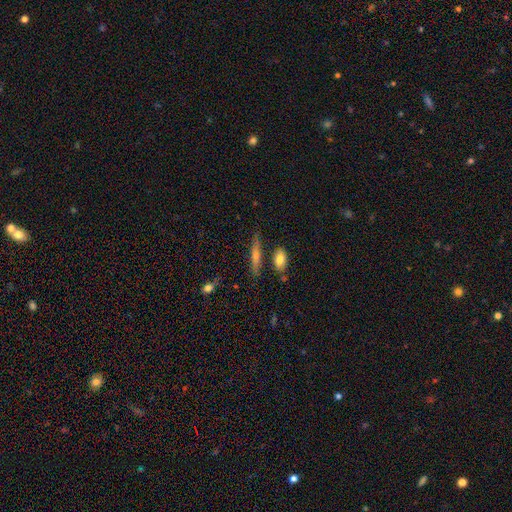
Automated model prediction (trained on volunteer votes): Smooth or featured: featured or disk — 47% (smooth — 43%)
Merging: none — 75% (minor disturbance — 14%)